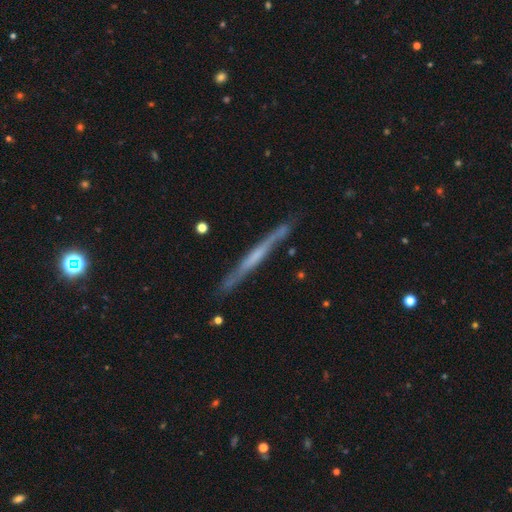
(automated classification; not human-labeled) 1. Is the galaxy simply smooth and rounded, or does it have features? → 66% featured or disk, 28% smooth, 6% star or artifact.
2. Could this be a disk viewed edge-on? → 95% yes, 5% no.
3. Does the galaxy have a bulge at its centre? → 69% none, 18% rounded, 13% boxy.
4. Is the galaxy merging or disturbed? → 84% none, 12% minor disturbance, 2% major disturbance, 2% merger.